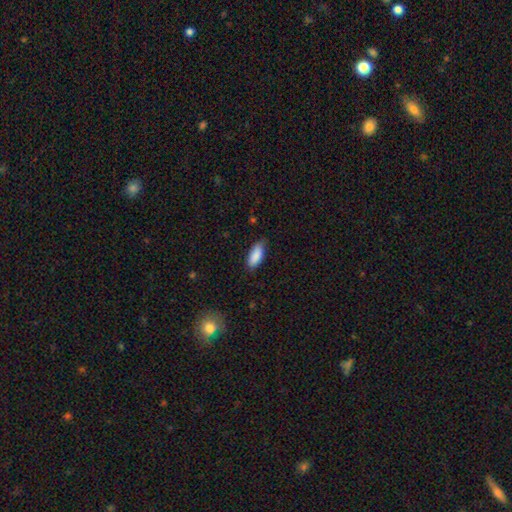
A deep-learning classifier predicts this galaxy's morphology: smooth-or-featured: smooth: 88% | featured or disk: 6% | star or artifact: 6%
  how-rounded: in between: 82% | cigar-shaped: 17% | round: 2%
  merging: none: 77% | minor disturbance: 19% | major disturbance: 3% | merger: 1%